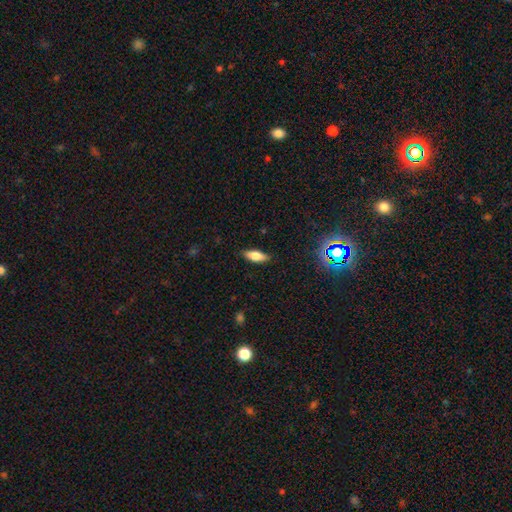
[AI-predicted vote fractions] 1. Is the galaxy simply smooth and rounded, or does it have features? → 73% smooth, 18% featured or disk, 9% star or artifact.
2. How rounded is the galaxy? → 71% in between, 26% cigar-shaped, 3% round.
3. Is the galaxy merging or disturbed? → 85% none, 11% minor disturbance, 2% major disturbance, 1% merger.